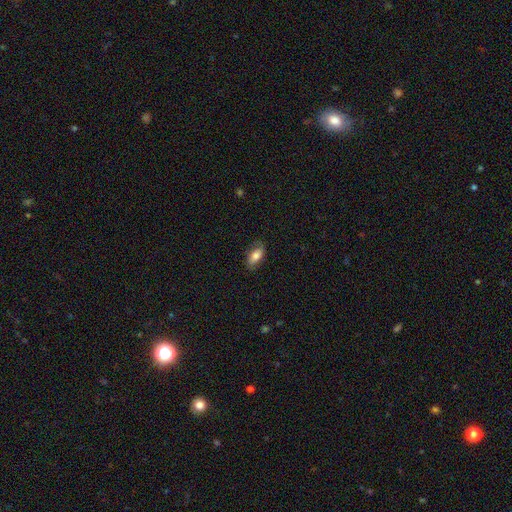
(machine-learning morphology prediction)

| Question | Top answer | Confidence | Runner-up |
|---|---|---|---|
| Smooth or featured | smooth | 73% | featured or disk (20%) |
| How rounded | in between | 89% | cigar-shaped (7%) |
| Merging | none | 77% | minor disturbance (17%) |